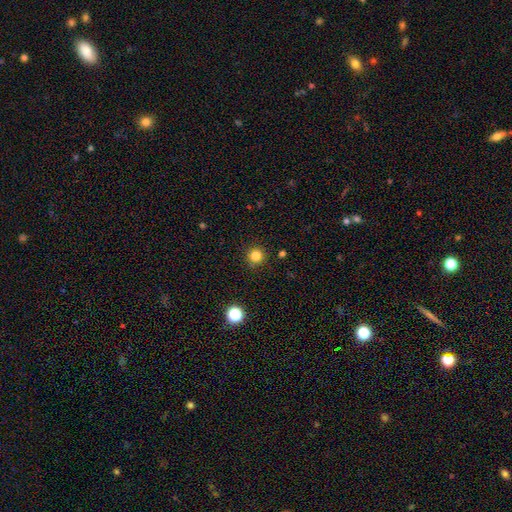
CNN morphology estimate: Smooth or featured: smooth — 82% (star or artifact — 13%)
How rounded: round — 96% (in between — 3%)
Merging: none — 91% (minor disturbance — 5%)